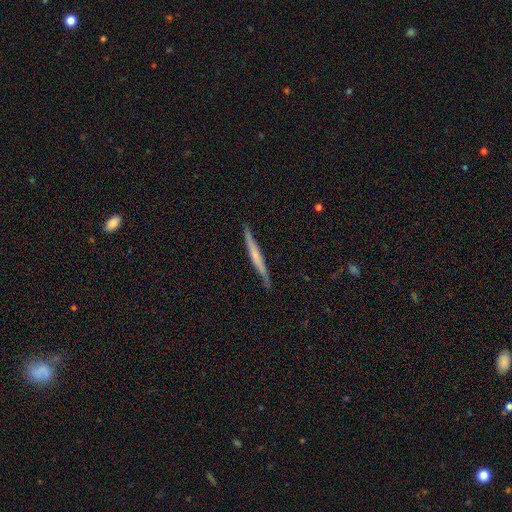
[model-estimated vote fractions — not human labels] Q: Smooth or featured?
A: featured or disk (53%); runner-up: smooth (41%)
Q: Edge-on disk?
A: yes (96%); runner-up: no (4%)
Q: Edge-on bulge?
A: none (62%); runner-up: rounded (26%)
Q: Merging?
A: none (87%); runner-up: minor disturbance (10%)